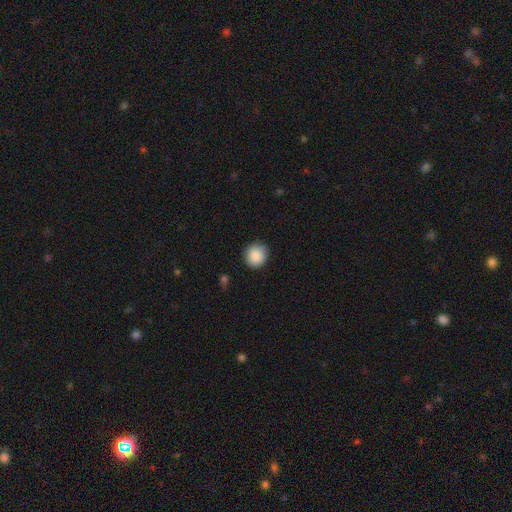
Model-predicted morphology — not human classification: Smooth or featured? Predicted: smooth (p=0.88). How rounded? Predicted: round (p=0.91). Merging? Predicted: none (p=0.88).